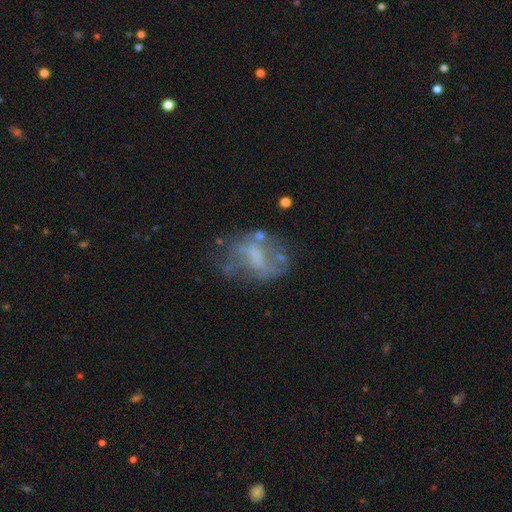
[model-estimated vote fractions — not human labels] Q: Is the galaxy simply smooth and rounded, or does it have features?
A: featured or disk — 61%.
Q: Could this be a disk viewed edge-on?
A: no — 97%.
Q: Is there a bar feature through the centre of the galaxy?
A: no — 51%.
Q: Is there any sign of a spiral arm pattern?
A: no — 64%.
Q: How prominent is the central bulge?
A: none — 51%.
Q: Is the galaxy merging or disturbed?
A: none — 45%.